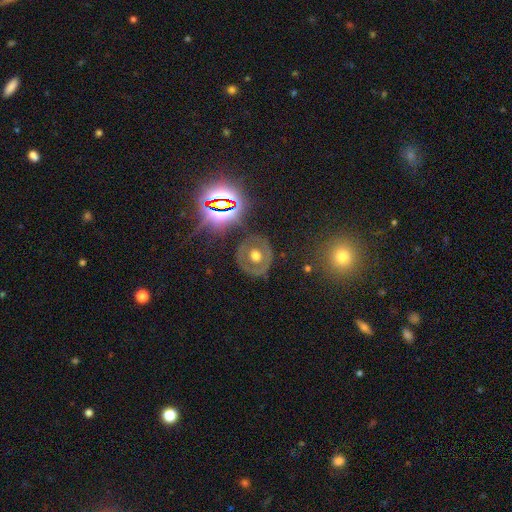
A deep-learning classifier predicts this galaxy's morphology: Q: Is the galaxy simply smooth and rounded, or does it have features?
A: featured or disk — 51%.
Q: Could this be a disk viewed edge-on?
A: no — 93%.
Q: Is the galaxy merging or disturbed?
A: none — 74%.